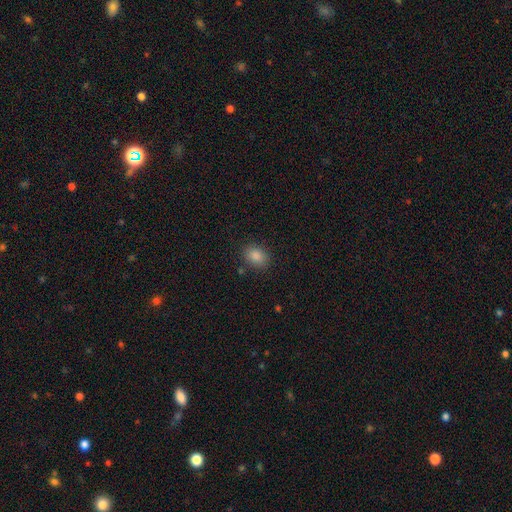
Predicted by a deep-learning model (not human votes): smooth_or_featured: smooth (p=0.84) [alt: star or artifact p=0.11]
how_rounded: in between (p=0.62) [alt: round p=0.37]
merging: none (p=0.86) [alt: minor disturbance p=0.09]